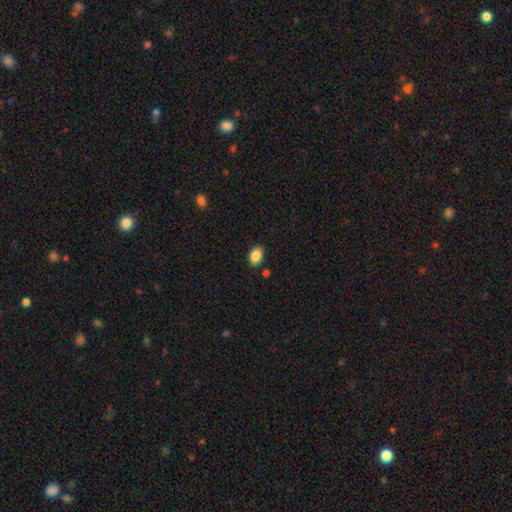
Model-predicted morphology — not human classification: type=smooth (88%); roundness=in between (85%); merging=none (86%).